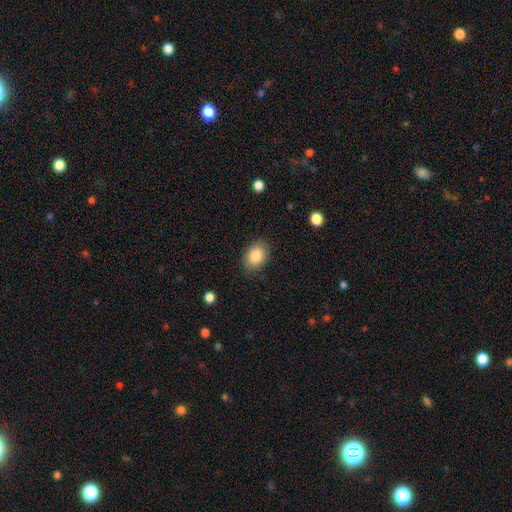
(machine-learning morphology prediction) The model was most divided on "how rounded": in between: 78%, round: 21%, cigar-shaped: 1%. More confident: smooth or featured — smooth (86%); merging — none (84%).